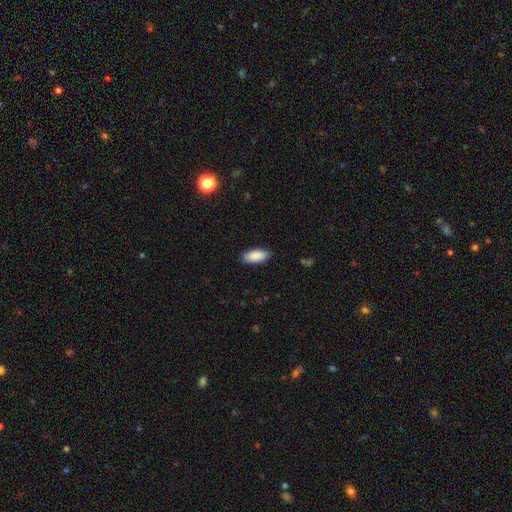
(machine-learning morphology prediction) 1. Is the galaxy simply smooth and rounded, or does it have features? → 90% smooth, 6% star or artifact, 4% featured or disk.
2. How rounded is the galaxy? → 87% in between, 11% cigar-shaped, 2% round.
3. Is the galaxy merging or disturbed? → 87% none, 10% minor disturbance, 2% major disturbance, 1% merger.